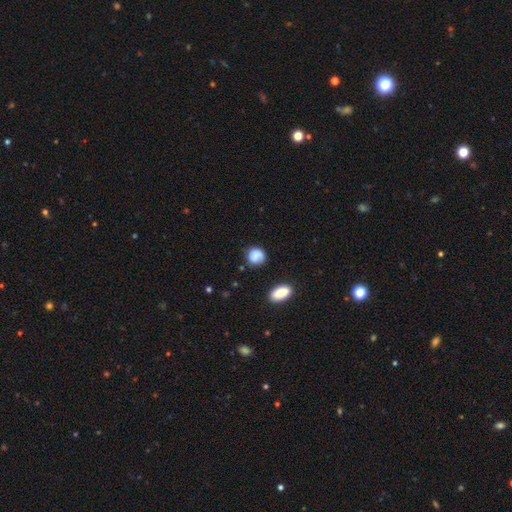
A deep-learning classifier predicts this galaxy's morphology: Overall: smooth (84%). How rounded: round (78%). Merging: none (72%).